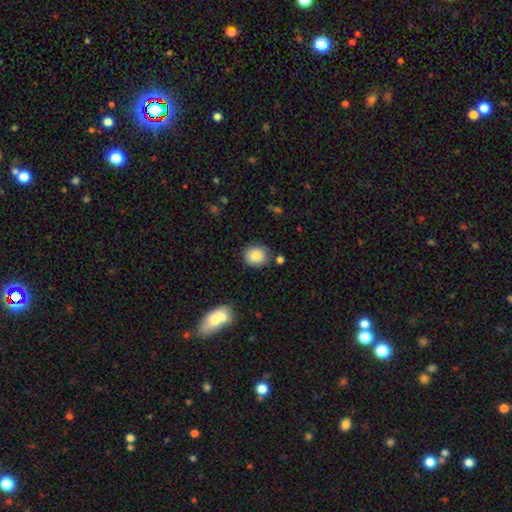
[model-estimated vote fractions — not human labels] Q: Smooth or featured?
A: smooth (87%); runner-up: star or artifact (8%)
Q: How rounded?
A: round (77%); runner-up: in between (22%)
Q: Merging?
A: none (80%); runner-up: minor disturbance (12%)